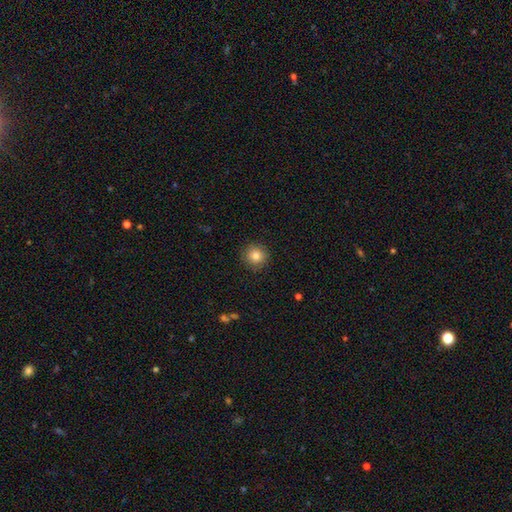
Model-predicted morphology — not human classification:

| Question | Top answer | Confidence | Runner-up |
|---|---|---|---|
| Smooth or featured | smooth | 83% | star or artifact (10%) |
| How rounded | round | 94% | in between (5%) |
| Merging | none | 90% | minor disturbance (7%) |